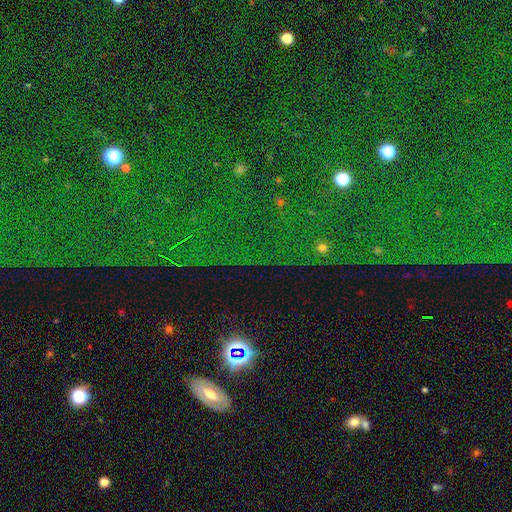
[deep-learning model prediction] Morphology: type=star or artifact (79%).